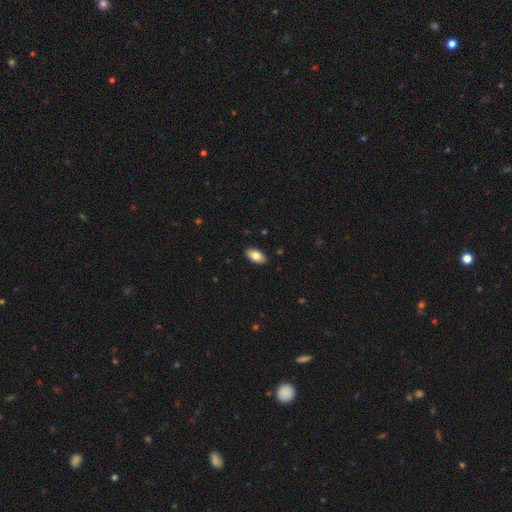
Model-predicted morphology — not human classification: Q: Smooth or featured?
A: smooth (82%); runner-up: featured or disk (11%)
Q: How rounded?
A: in between (94%); runner-up: cigar-shaped (4%)
Q: Merging?
A: none (89%); runner-up: minor disturbance (8%)